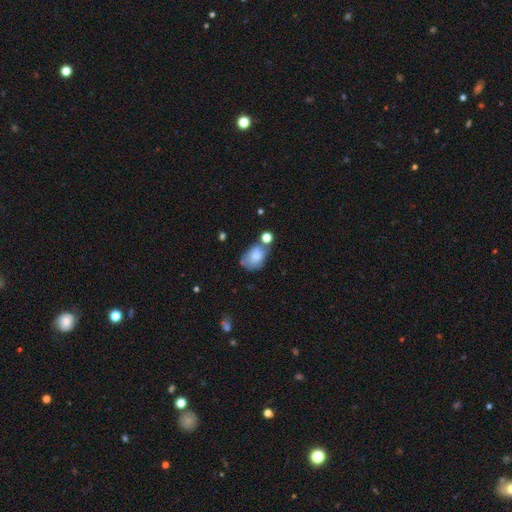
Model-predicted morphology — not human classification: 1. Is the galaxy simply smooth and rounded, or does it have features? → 70% smooth, 21% featured or disk, 9% star or artifact.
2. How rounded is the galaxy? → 80% in between, 18% round, 1% cigar-shaped.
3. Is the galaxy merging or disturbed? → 35% none, 28% minor disturbance, 22% merger, 15% major disturbance.